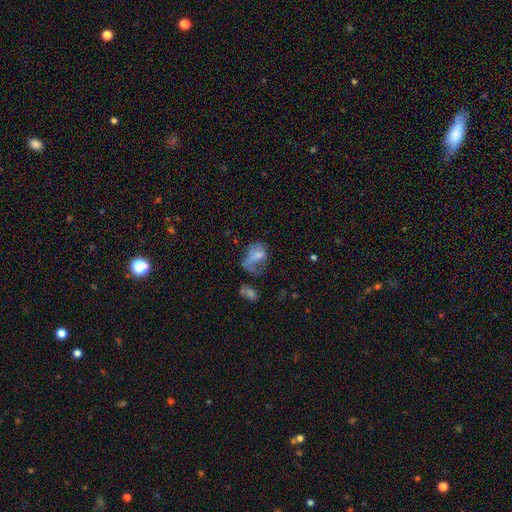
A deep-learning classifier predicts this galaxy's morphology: Smooth or featured? smooth (54%)
How rounded? in between (73%)
Merging? major disturbance (45%)